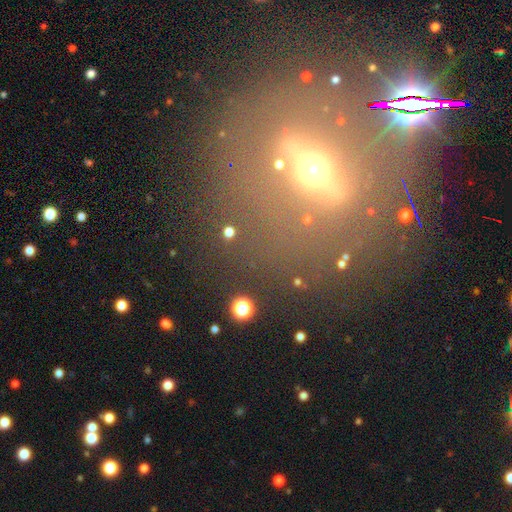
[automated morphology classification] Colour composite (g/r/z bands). It shows a featured or disk galaxy (45%). Merging: none (81%).